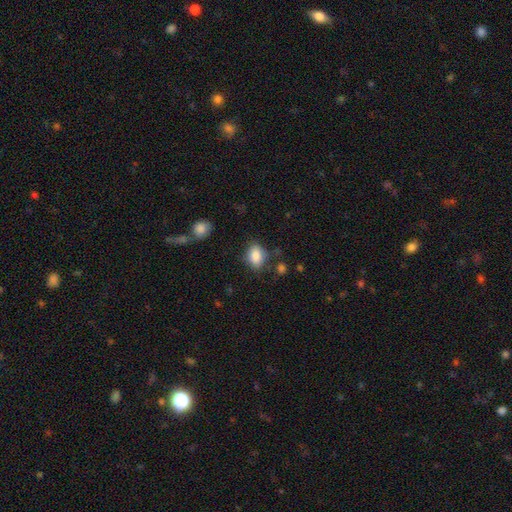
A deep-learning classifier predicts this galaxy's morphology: Smooth or featured? Predicted: smooth (p=0.85). How rounded? Predicted: in between (p=0.75). Merging? Predicted: none (p=0.75).